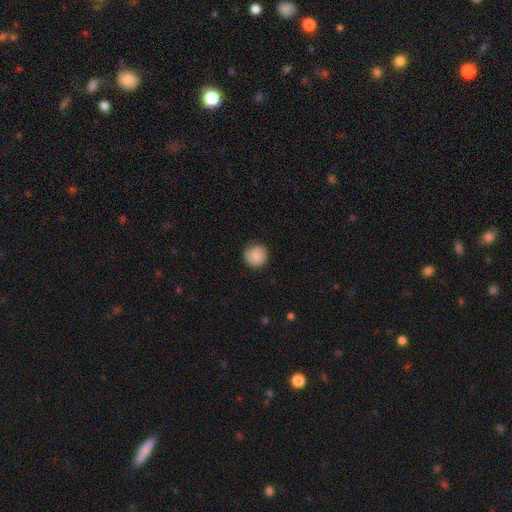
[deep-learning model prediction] Q: Smooth or featured?
A: smooth (77%); runner-up: featured or disk (16%)
Q: How rounded?
A: round (92%); runner-up: in between (7%)
Q: Merging?
A: none (79%); runner-up: minor disturbance (16%)